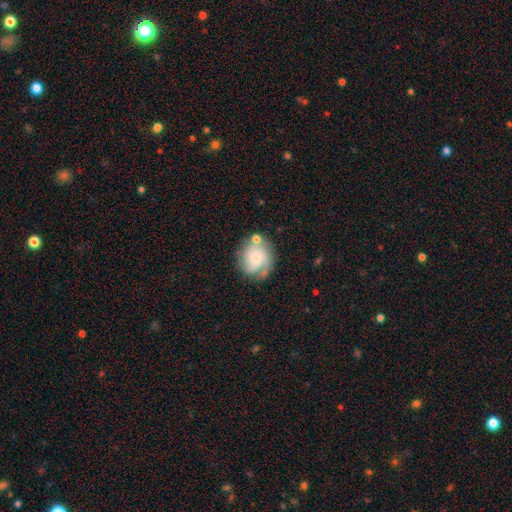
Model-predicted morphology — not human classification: Smooth or featured: featured or disk — 52% (smooth — 40%)
Edge-on disk: no — 97% (yes — 3%)
Bar: no — 77% (weak — 20%)
Spiral arms: yes — 84% (no — 16%)
Bulge size: small — 53% (moderate — 30%)
Merging: none — 60% (minor disturbance — 20%)